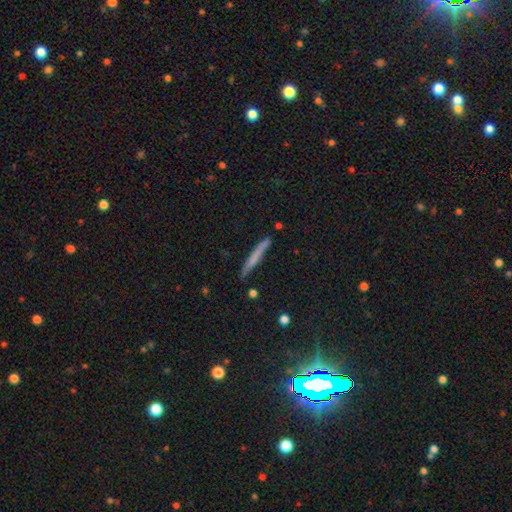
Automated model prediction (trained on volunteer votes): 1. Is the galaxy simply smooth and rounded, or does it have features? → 57% smooth, 35% featured or disk, 8% star or artifact.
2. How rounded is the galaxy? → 96% cigar-shaped, 3% in between, 2% round.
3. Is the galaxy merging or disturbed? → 86% none, 10% minor disturbance, 2% merger, 2% major disturbance.